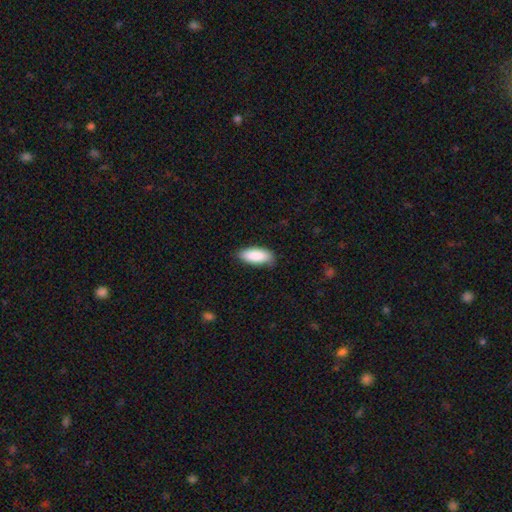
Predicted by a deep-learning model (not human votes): A smooth galaxy with no disk features (89%) that is in between round and cigar-shaped (85%).

Vote fractions:
- Smooth or featured? smooth: 89% / star or artifact: 6% / featured or disk: 6%
- How rounded? in between: 85% / cigar-shaped: 14% / round: 2%
- Merging? none: 81% / minor disturbance: 15% / major disturbance: 3% / merger: 1%